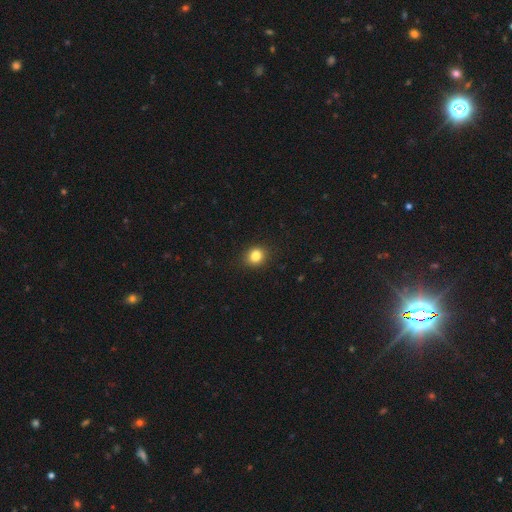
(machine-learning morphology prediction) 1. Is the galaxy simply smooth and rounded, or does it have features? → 84% smooth, 11% star or artifact, 5% featured or disk.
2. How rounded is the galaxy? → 71% round, 28% in between, 1% cigar-shaped.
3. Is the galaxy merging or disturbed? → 88% none, 8% minor disturbance, 2% major disturbance, 1% merger.